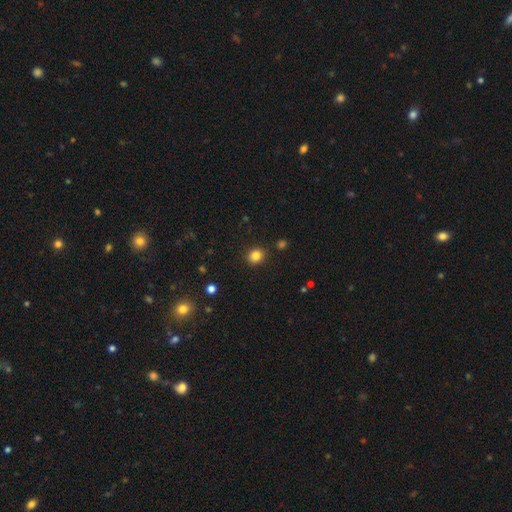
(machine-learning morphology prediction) smooth_or_featured: smooth (p=0.84) [alt: star or artifact p=0.12]
how_rounded: round (p=0.67) [alt: in between p=0.32]
merging: none (p=0.88) [alt: minor disturbance p=0.08]